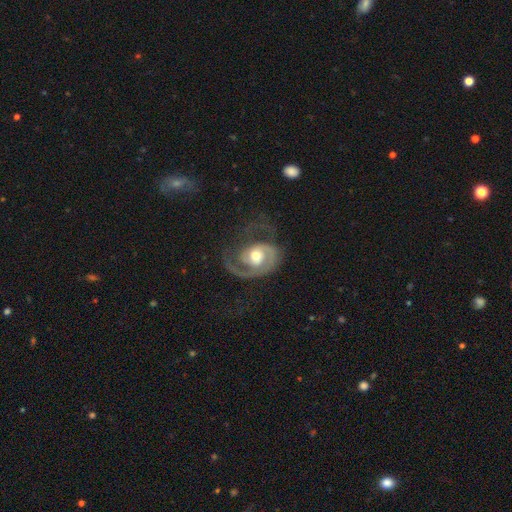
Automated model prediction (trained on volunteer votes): A featured or disk galaxy (86%) with no bar (66%), 1 (47%) medium (44%) spiral arms (96%) and a moderate central bulge (70%). Merging: none (51%).